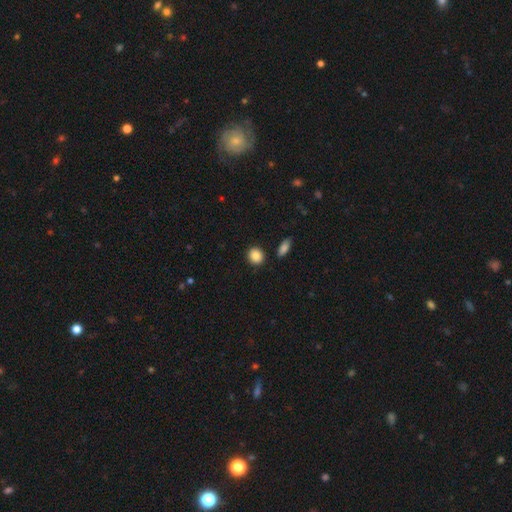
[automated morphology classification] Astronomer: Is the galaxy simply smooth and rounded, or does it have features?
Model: smooth — 88%.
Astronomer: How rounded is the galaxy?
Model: round — 77%.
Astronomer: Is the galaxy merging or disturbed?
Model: none — 87%.